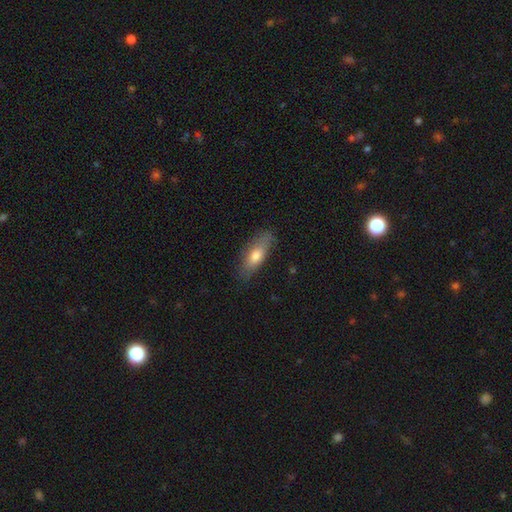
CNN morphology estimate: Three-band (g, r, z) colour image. It shows a smooth galaxy with no disk features (71%) that is in between round and cigar-shaped (66%). Merging: none (78%).